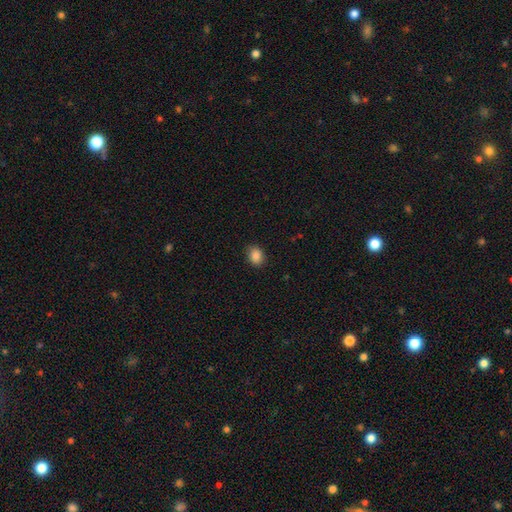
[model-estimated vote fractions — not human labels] Smooth or featured? Predicted: smooth (p=0.87). How rounded? Predicted: in between (p=0.61). Merging? Predicted: none (p=0.87).